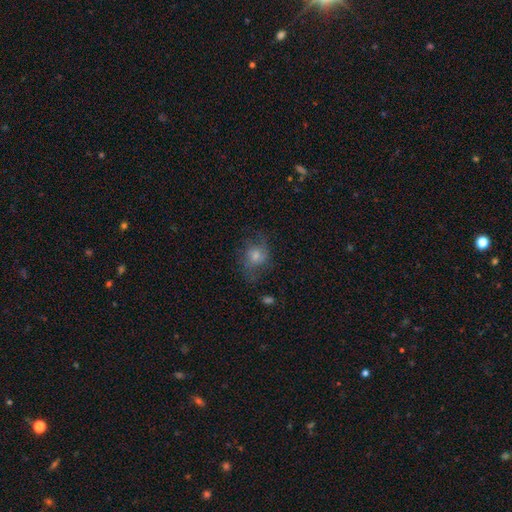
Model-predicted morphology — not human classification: featured or disk 44%, smooth 40%, star or artifact 16%. Down the decision tree: merging — none (60%).